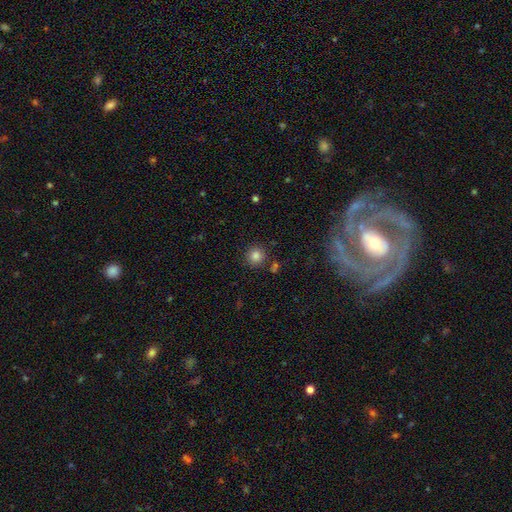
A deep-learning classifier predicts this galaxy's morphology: Smooth or featured? smooth (83%)
How rounded? round (92%)
Merging? none (85%)